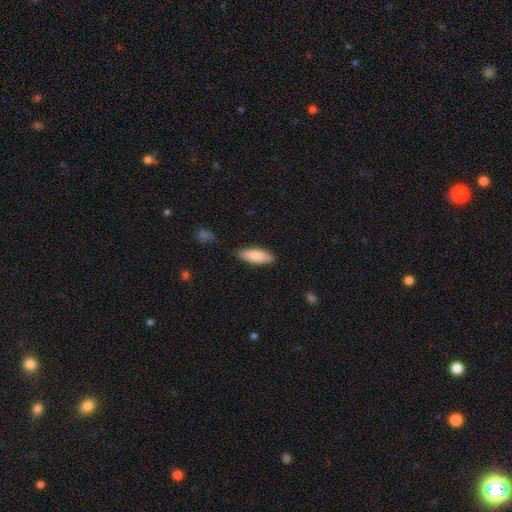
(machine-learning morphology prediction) Q: Smooth or featured?
A: smooth (83%); runner-up: featured or disk (11%)
Q: How rounded?
A: in between (62%); runner-up: cigar-shaped (36%)
Q: Merging?
A: none (85%); runner-up: minor disturbance (11%)